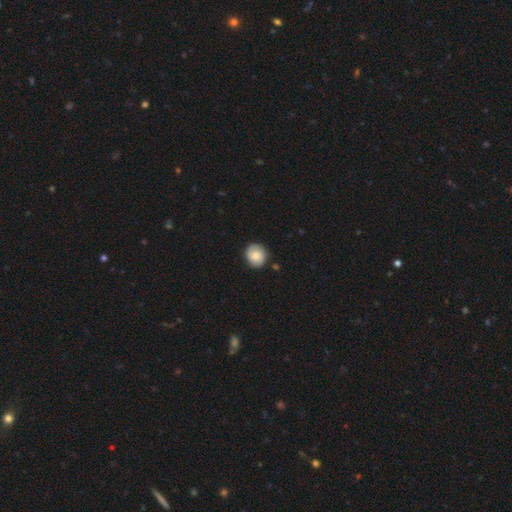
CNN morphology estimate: smooth 67%, featured or disk 25%, star or artifact 8%. Down the decision tree: how rounded — round (85%); merging — none (83%).